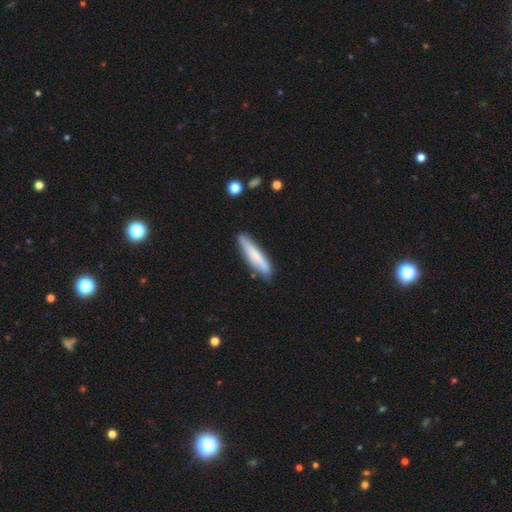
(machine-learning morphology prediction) This appears to be a smooth galaxy with no disk features (66%) that is cigar-shaped (87%). Merging: none (85%).